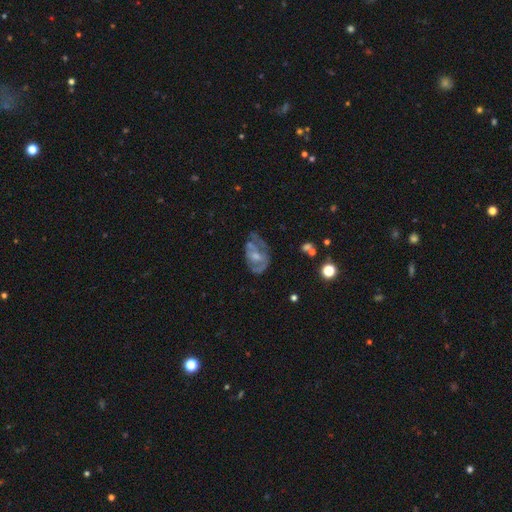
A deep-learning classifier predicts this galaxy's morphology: Overall: featured or disk (64%; smooth 27%). Edge-on disk: no (95%). Bar: no (63%; weak 30%). Spiral arms: yes (51%; no 49%). Bulge size: moderate (44%; small 37%). Merging: none (40%; major disturbance 28%).